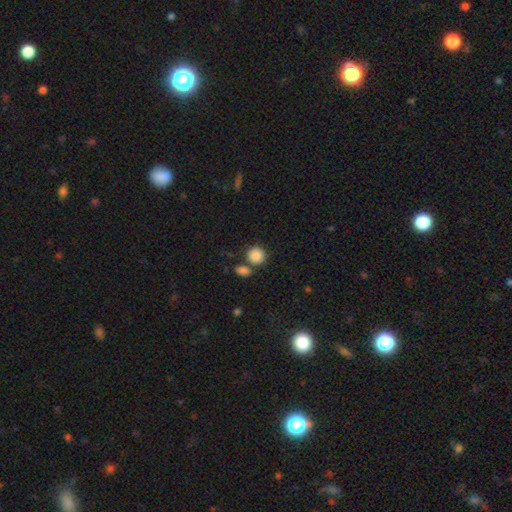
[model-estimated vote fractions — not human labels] Morphology: type=smooth (87%); roundness=round (85%); merging=none (63%).